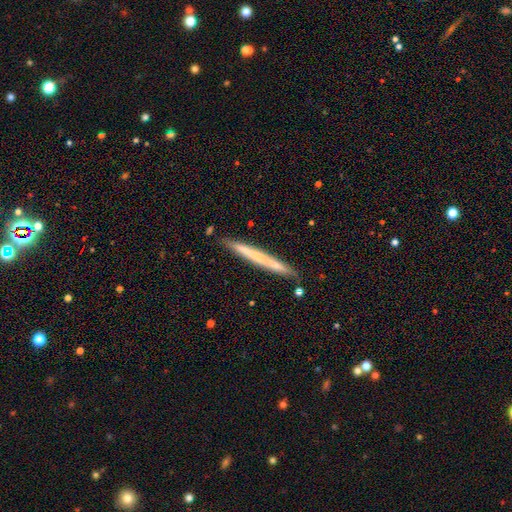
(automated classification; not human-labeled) A smooth galaxy with no disk features (53%) that is cigar-shaped (97%). Merging: none (89%).